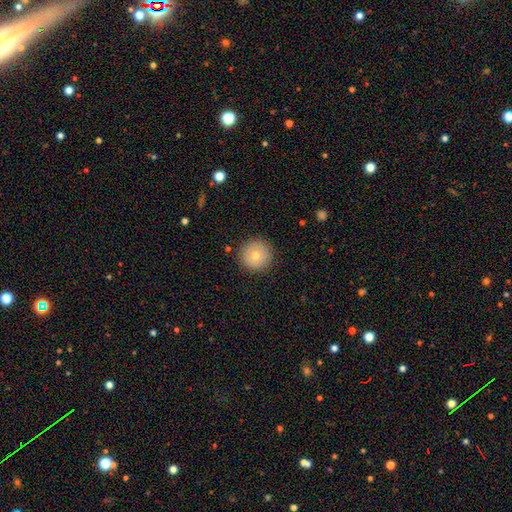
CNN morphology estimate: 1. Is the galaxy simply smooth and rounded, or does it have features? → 74% smooth, 17% featured or disk, 9% star or artifact.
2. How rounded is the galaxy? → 96% round, 3% in between, 1% cigar-shaped.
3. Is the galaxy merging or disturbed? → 90% none, 7% minor disturbance, 2% major disturbance, 1% merger.